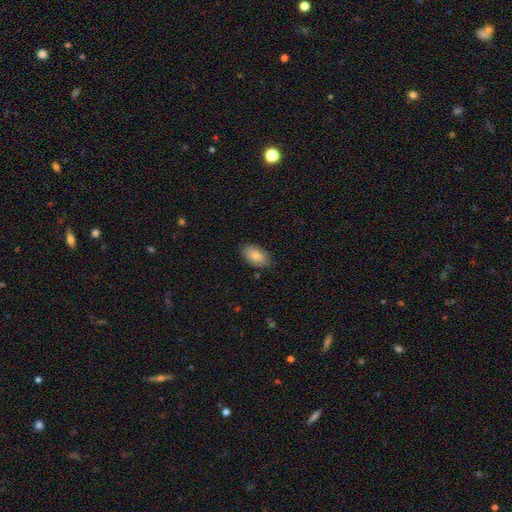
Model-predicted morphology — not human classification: Overall: smooth (81%). How rounded: in between (93%). Merging: none (83%).